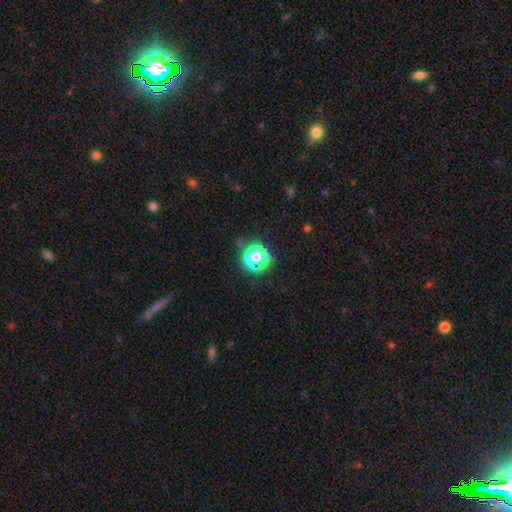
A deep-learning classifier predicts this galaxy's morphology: Smooth or featured?
  - star or artifact: 48% *
  - smooth: 43%
  - featured or disk: 10%